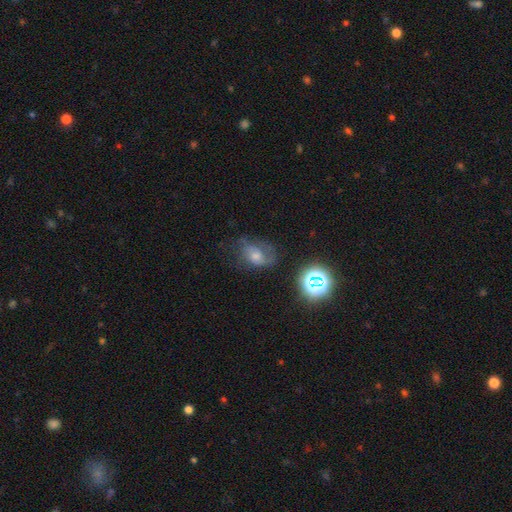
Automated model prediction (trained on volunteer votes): Morphology: type=featured or disk (42%); merging=none (47%).